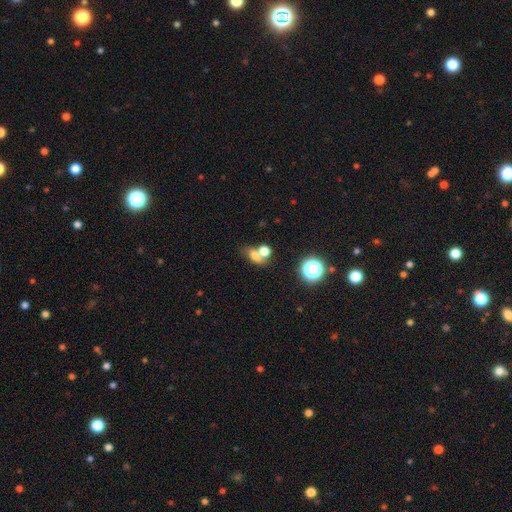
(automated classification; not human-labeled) smooth-or-featured: smooth: 68% | star or artifact: 17% | featured or disk: 15%
  how-rounded: in between: 59% | round: 36% | cigar-shaped: 5%
  merging: merger: 46% | none: 36% | minor disturbance: 11% | major disturbance: 7%